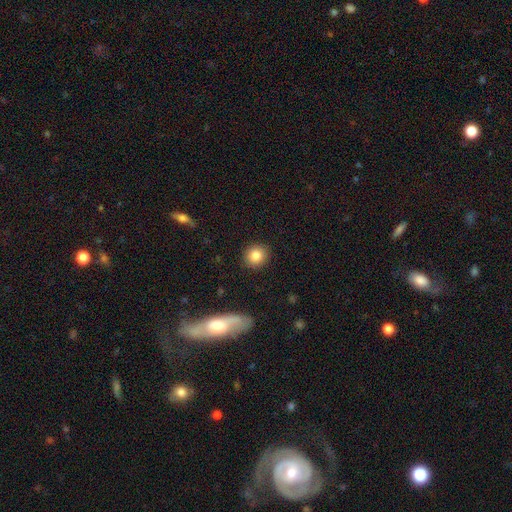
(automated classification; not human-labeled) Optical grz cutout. It shows a smooth galaxy with no disk features (84%) that is round (87%). Merging: none (91%).